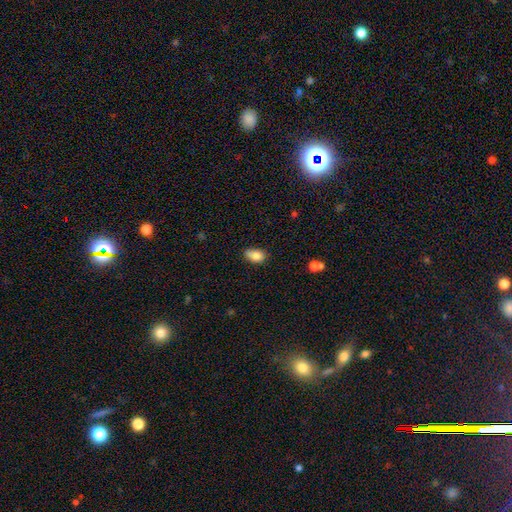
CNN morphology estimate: This is clearly a smooth galaxy (85%). How rounded: clearly in between (84%). Merging: possibly none (56%).